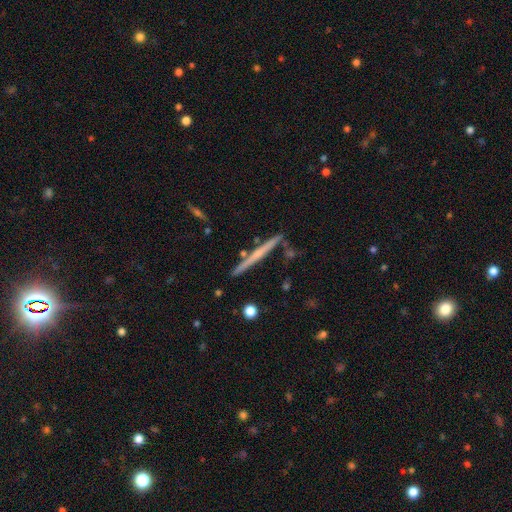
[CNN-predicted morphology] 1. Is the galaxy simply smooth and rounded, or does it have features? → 63% featured or disk, 31% smooth, 6% star or artifact.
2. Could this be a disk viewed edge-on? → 98% yes, 2% no.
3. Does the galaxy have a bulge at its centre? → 60% none, 34% rounded, 7% boxy.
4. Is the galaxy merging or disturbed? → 87% none, 8% minor disturbance, 3% merger, 2% major disturbance.